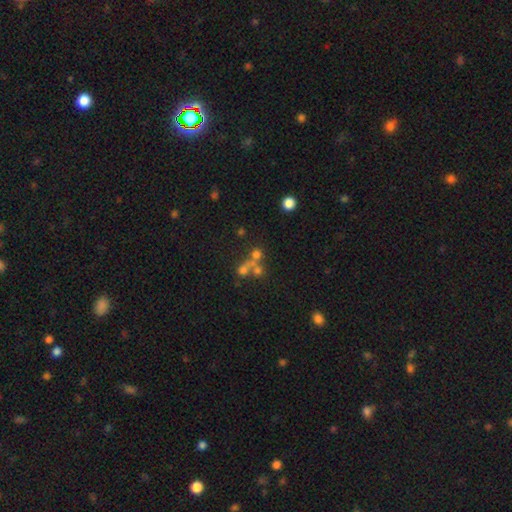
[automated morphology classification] Smooth or featured? smooth (48%)
Merging? merger (45%)